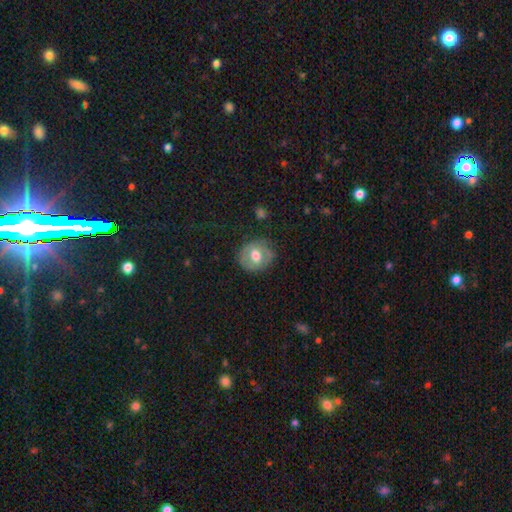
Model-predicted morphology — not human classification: A smooth galaxy with no disk features (47%).

Vote fractions:
- Smooth or featured? smooth: 47% / featured or disk: 45% / star or artifact: 8%
- Merging? none: 72% / minor disturbance: 20% / major disturbance: 7% / merger: 1%